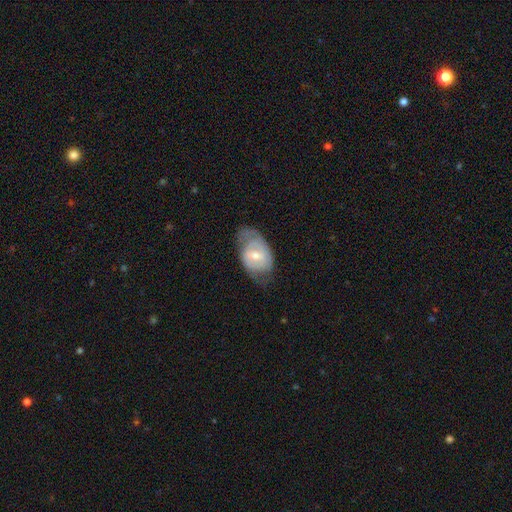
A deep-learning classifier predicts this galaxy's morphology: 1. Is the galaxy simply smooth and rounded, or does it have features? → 55% featured or disk, 39% smooth, 6% star or artifact.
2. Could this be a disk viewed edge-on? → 93% no, 7% yes.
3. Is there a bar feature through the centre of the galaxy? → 44% weak, 41% no, 15% strong.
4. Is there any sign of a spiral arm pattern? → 51% yes, 49% no.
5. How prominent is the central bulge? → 52% moderate, 43% small, 3% large, 1% none, 1% dominant.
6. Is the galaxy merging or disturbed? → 48% none, 31% minor disturbance, 19% major disturbance, 2% merger.